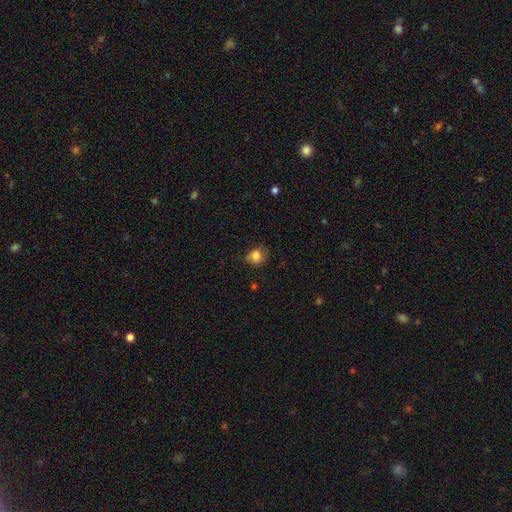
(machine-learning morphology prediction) This appears to be a smooth galaxy with no disk features (79%) that is round (66%). Merging: none (57%).